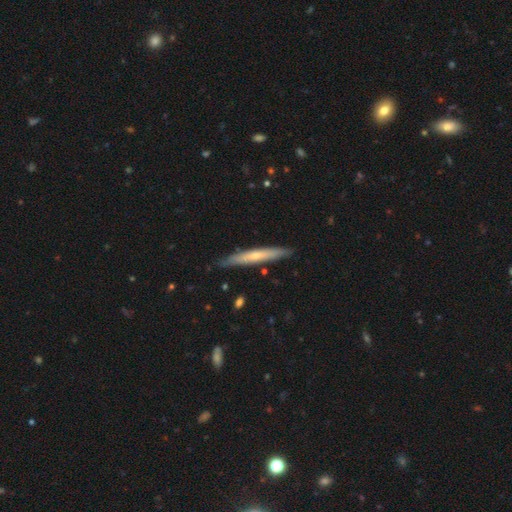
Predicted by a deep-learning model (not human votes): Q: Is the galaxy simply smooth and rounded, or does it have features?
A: smooth — 50%.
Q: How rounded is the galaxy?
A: cigar-shaped — 95%.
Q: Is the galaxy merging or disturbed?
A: none — 86%.